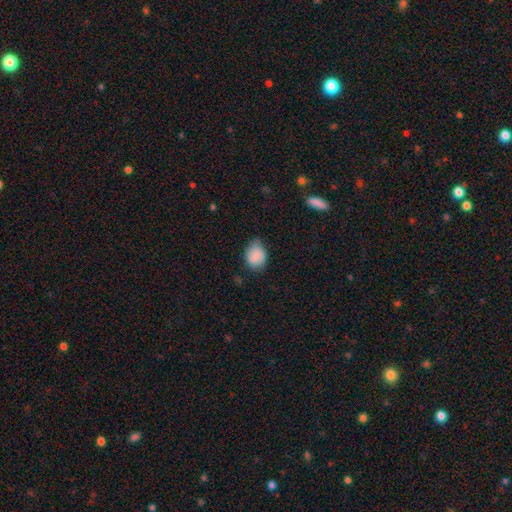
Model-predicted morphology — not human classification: Q: Smooth or featured?
A: smooth (83%); runner-up: featured or disk (9%)
Q: How rounded?
A: in between (57%); runner-up: round (42%)
Q: Merging?
A: none (56%); runner-up: minor disturbance (35%)